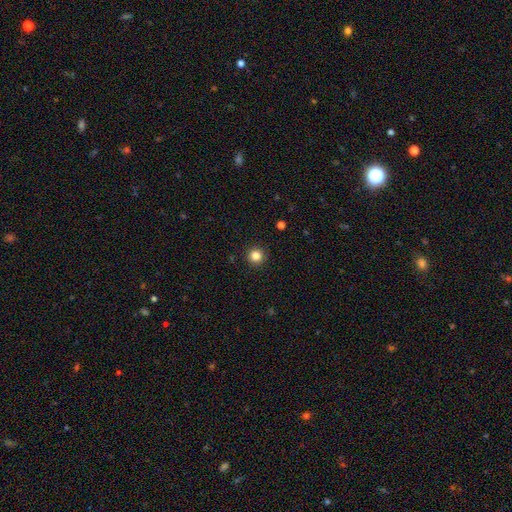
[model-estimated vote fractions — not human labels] This appears to be a smooth galaxy with no disk features (84%) that is round (96%). Merging: none (93%).